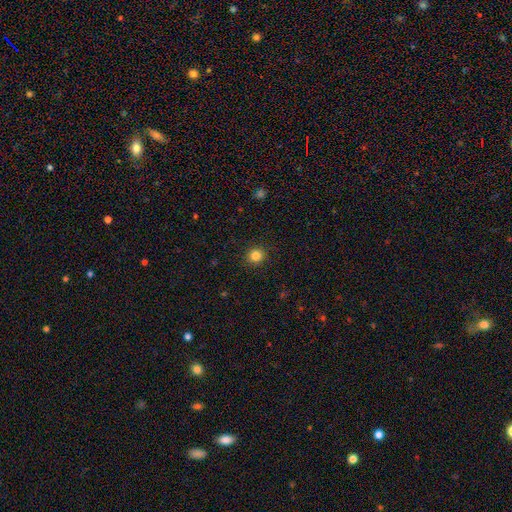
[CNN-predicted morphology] This appears to be a smooth galaxy with no disk features (84%) that is round (91%). Merging: none (91%).